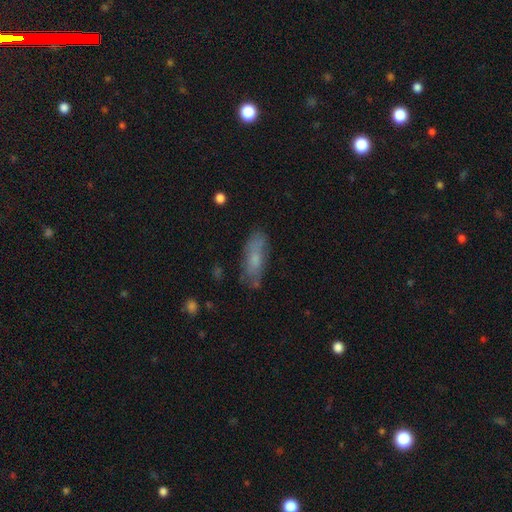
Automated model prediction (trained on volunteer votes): Smooth or featured? smooth (62%)
How rounded? in between (63%)
Merging? none (69%)